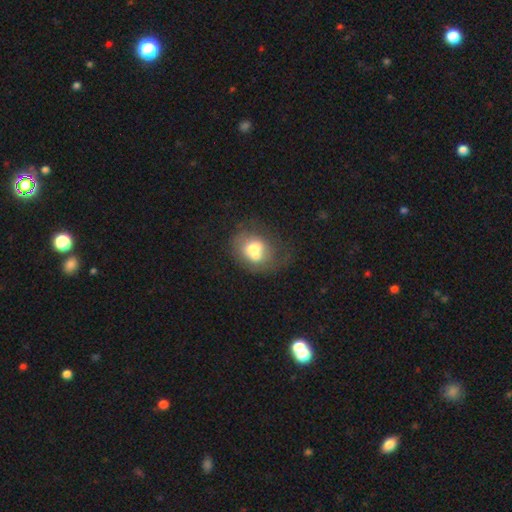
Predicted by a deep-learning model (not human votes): A smooth galaxy with no disk features (57%) that is round (56%).

Vote fractions:
- Smooth or featured? smooth: 57% / featured or disk: 33% / star or artifact: 10%
- How rounded? round: 56% / in between: 43% / cigar-shaped: 1%
- Merging? merger: 48% / none: 27% / minor disturbance: 14% / major disturbance: 11%